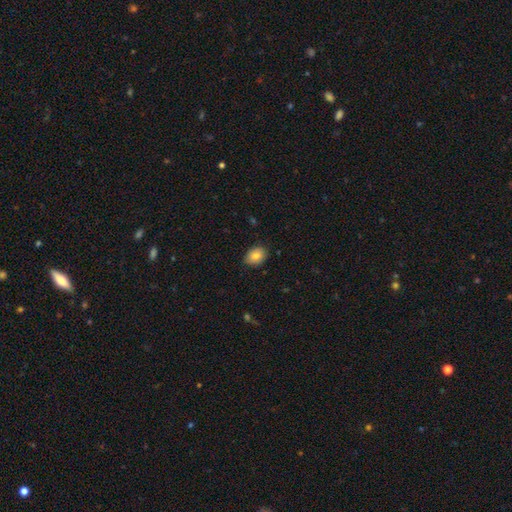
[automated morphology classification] Smooth or featured?
  - smooth: 83% *
  - featured or disk: 9%
  - star or artifact: 8%
How rounded?
  - in between: 72% *
  - round: 27%
  - cigar-shaped: 1%
Merging?
  - none: 83% *
  - minor disturbance: 14%
  - major disturbance: 2%
  - merger: 1%